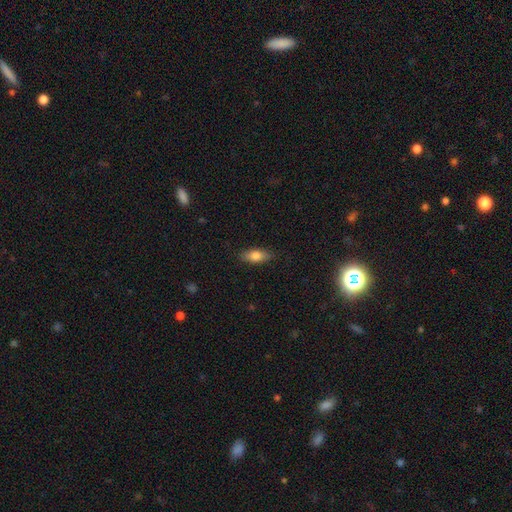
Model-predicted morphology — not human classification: Smooth or featured? smooth (78%)
How rounded? in between (78%)
Merging? none (86%)